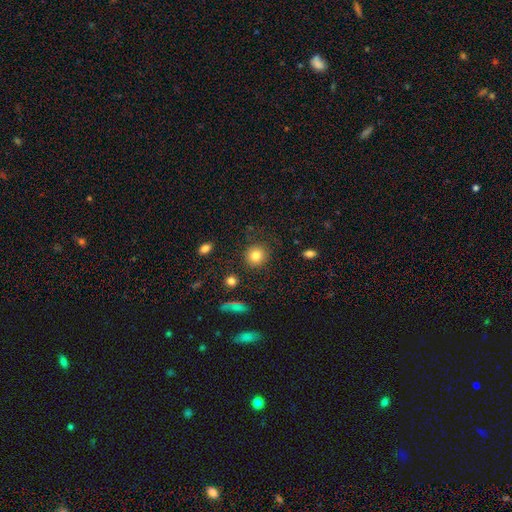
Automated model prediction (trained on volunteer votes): Smooth or featured? Predicted: smooth (p=0.82). How rounded? Predicted: round (p=0.90). Merging? Predicted: none (p=0.87).